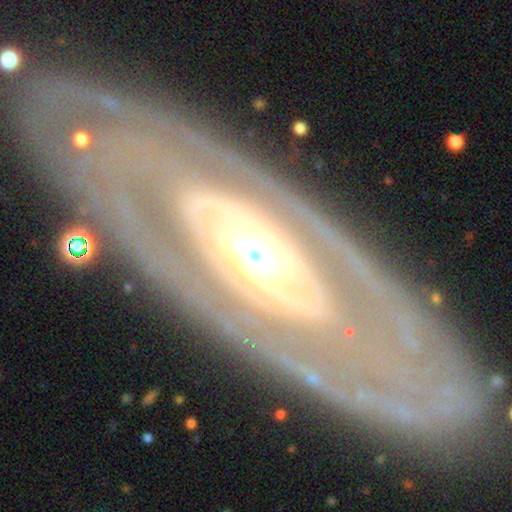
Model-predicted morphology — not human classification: Smooth or featured? Predicted: featured or disk (p=0.89). Edge-on disk? Predicted: no (p=0.87). Bar? Predicted: strong (p=0.52). Spiral arms? Predicted: yes (p=0.77). Spiral winding? Predicted: tight (p=0.62). Spiral arm count? Predicted: 2 (p=0.45). Bulge size? Predicted: moderate (p=0.62). Merging? Predicted: none (p=0.71).